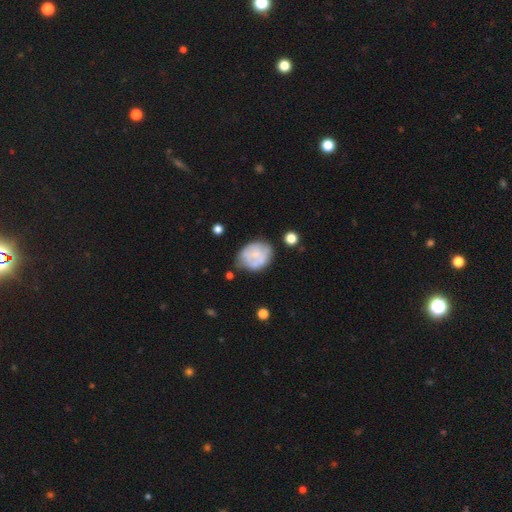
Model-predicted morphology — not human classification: Smooth or featured? Predicted: smooth (p=0.55). How rounded? Predicted: round (p=0.50). Merging? Predicted: none (p=0.52).